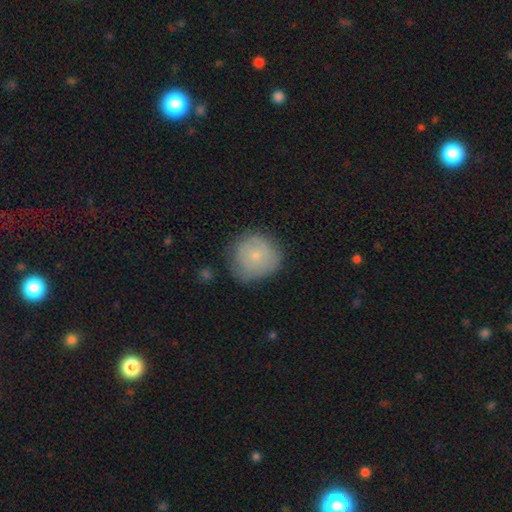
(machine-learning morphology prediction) Smooth or featured? smooth (70%)
How rounded? round (89%)
Merging? none (66%)